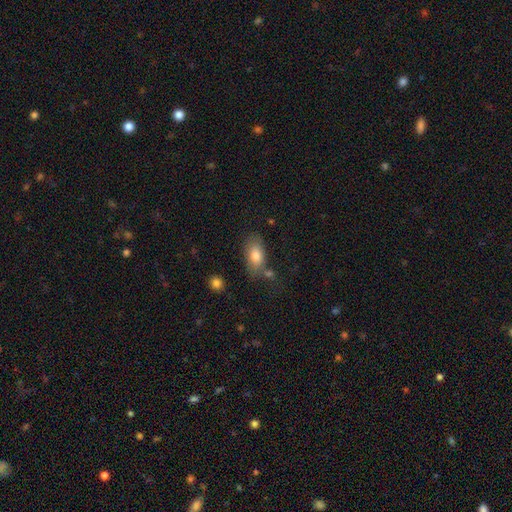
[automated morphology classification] smooth_or_featured: smooth (p=0.80) [alt: featured or disk p=0.12]
how_rounded: in between (p=0.90) [alt: round p=0.06]
merging: none (p=0.64) [alt: minor disturbance p=0.19]